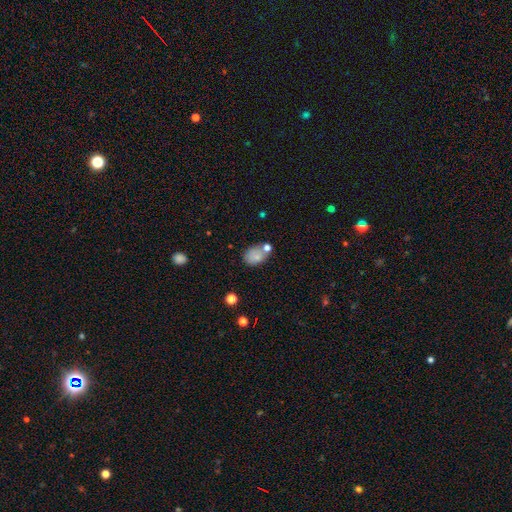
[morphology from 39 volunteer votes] smooth 79%, featured or disk 13%, star or artifact 8%. Down the decision tree: how rounded — in between (90%); merging — none (53%).